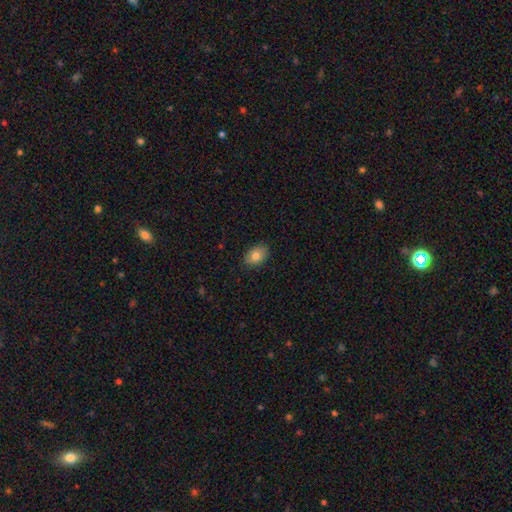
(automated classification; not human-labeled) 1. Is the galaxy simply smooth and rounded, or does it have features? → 82% smooth, 10% featured or disk, 8% star or artifact.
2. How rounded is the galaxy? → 86% in between, 13% round, 1% cigar-shaped.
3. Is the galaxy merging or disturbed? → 86% none, 11% minor disturbance, 2% major disturbance, 1% merger.